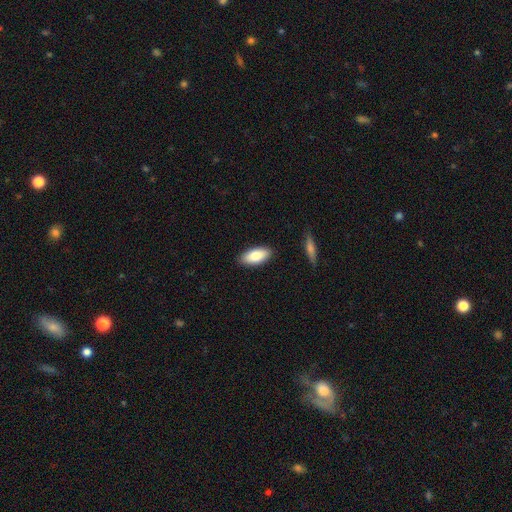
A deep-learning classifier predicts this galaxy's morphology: Q: Smooth or featured?
A: smooth (81%); runner-up: featured or disk (13%)
Q: How rounded?
A: in between (88%); runner-up: cigar-shaped (10%)
Q: Merging?
A: none (88%); runner-up: minor disturbance (9%)